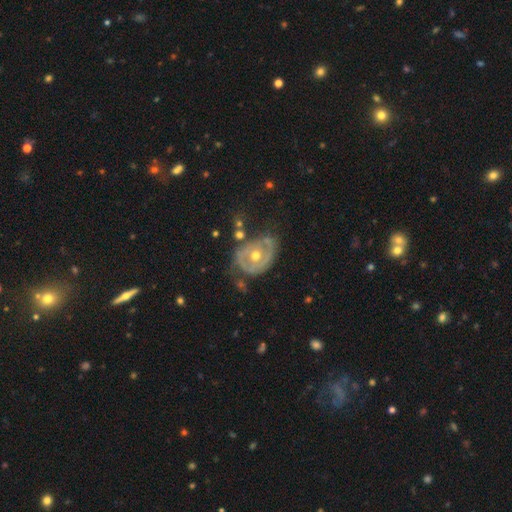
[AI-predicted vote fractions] This appears to be a featured or disk galaxy (74%) with no bar (70%), spiral arms (53%) and a moderate central bulge (72%). Merging: none (49%).